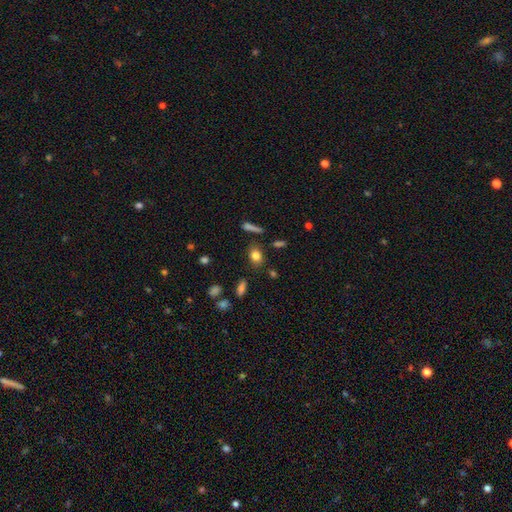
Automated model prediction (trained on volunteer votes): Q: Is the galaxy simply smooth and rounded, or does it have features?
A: smooth — 80%.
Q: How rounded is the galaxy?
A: in between — 66%.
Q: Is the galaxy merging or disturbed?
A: none — 80%.